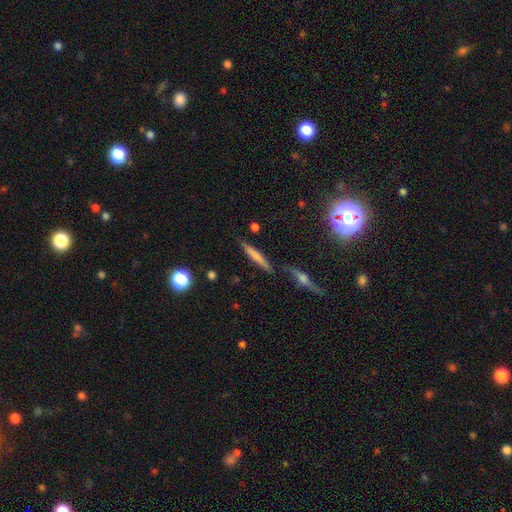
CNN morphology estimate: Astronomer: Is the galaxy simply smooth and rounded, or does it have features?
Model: smooth — 59%.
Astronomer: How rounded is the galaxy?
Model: cigar-shaped — 90%.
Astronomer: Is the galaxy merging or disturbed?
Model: none — 75%.